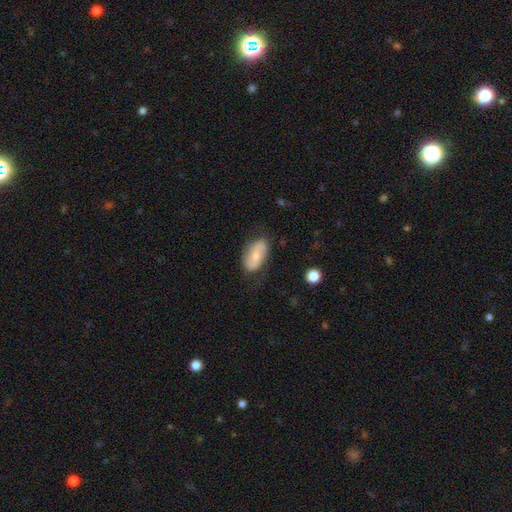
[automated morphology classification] featured or disk 49%, smooth 45%, star or artifact 6%. Down the decision tree: merging — none (74%).